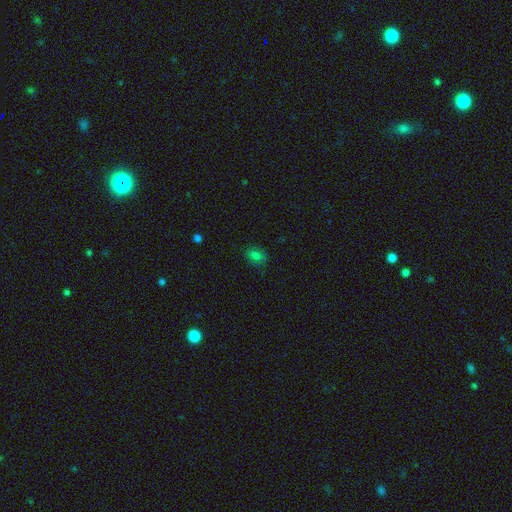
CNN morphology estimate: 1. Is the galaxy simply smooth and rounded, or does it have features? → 75% smooth, 17% star or artifact, 8% featured or disk.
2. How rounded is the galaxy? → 72% in between, 26% round, 2% cigar-shaped.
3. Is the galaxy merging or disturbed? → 81% none, 14% minor disturbance, 4% major disturbance, 1% merger.